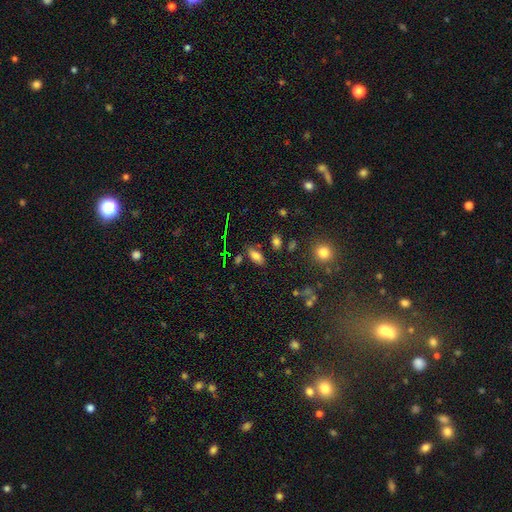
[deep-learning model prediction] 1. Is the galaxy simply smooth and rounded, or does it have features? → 78% smooth, 13% star or artifact, 9% featured or disk.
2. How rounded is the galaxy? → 87% in between, 10% cigar-shaped, 4% round.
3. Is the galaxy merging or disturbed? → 79% none, 12% minor disturbance, 6% merger, 3% major disturbance.